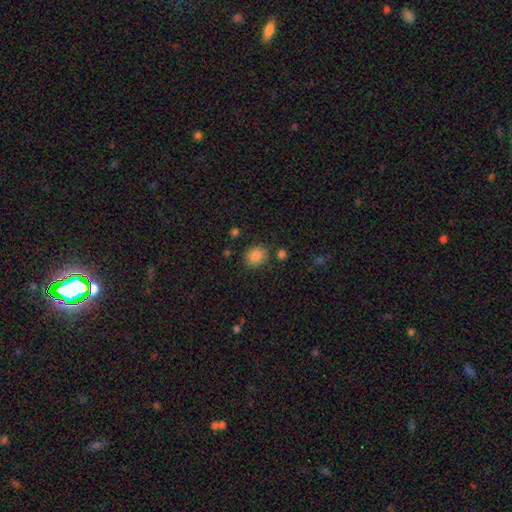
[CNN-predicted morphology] Overall: smooth (85%). How rounded: round (70%). Merging: none (82%).